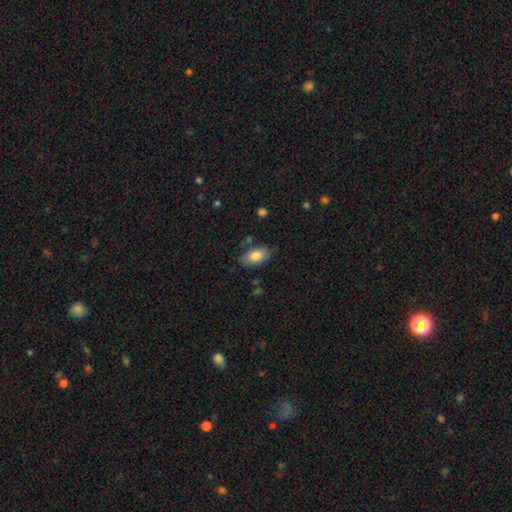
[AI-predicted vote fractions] The model was most divided on "merging": none: 75%, minor disturbance: 18%, major disturbance: 4%, merger: 3%. More confident: how rounded — in between (92%); smooth or featured — smooth (82%).